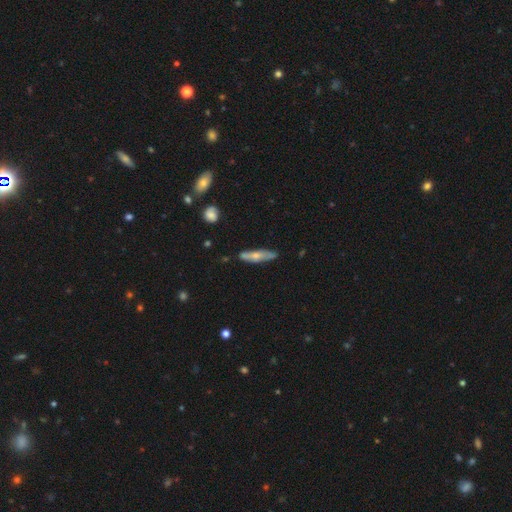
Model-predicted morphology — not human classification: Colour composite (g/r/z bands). It shows a smooth galaxy with no disk features (54%) that is cigar-shaped (78%). Merging: none (77%).